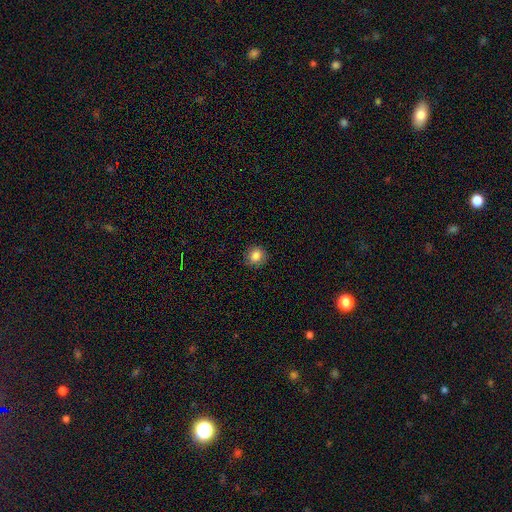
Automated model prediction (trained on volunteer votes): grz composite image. It shows a smooth galaxy with no disk features (85%) that is round (86%). Merging: none (88%).